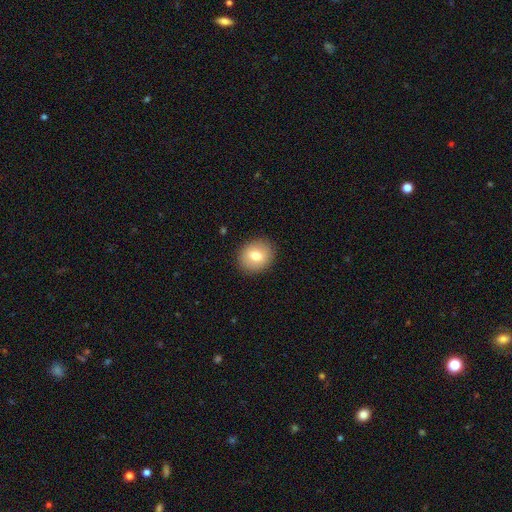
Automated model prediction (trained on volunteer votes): Q: Smooth or featured?
A: smooth (76%); runner-up: featured or disk (15%)
Q: How rounded?
A: round (71%); runner-up: in between (28%)
Q: Merging?
A: none (89%); runner-up: minor disturbance (8%)